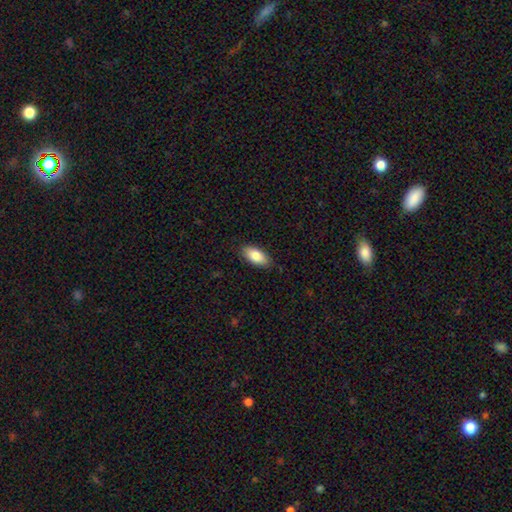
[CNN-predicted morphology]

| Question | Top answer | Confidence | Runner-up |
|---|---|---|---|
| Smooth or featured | smooth | 83% | featured or disk (11%) |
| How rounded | in between | 90% | cigar-shaped (8%) |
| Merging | none | 86% | minor disturbance (11%) |